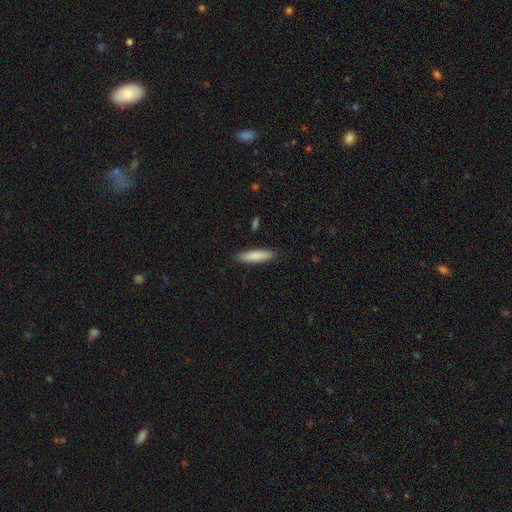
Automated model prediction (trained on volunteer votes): Smooth or featured? smooth (84%)
How rounded? cigar-shaped (76%)
Merging? none (88%)